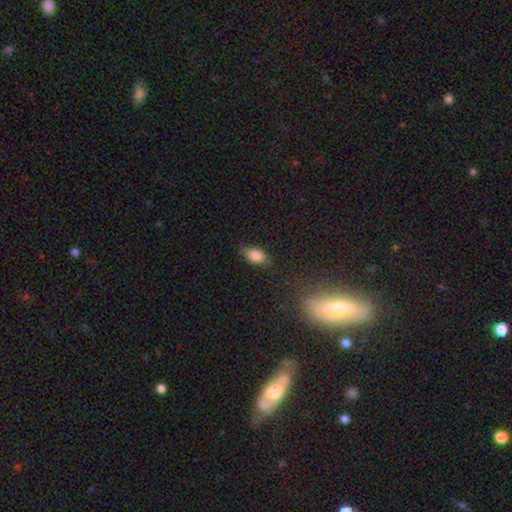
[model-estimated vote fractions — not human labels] This appears to be a smooth galaxy with no disk features (84%) that is in between round and cigar-shaped (88%). Merging: none (73%).